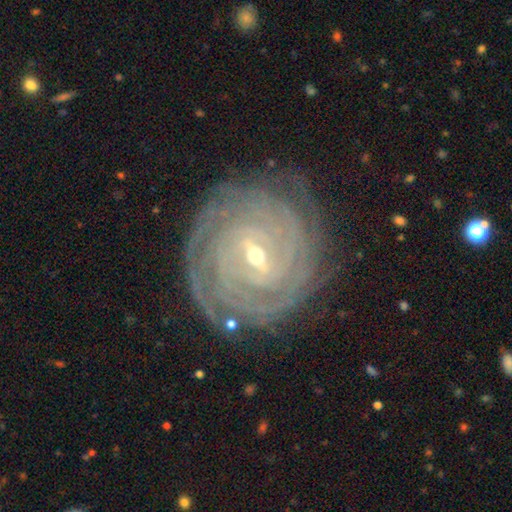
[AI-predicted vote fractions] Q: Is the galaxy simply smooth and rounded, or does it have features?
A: featured or disk — 89%.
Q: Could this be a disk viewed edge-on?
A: no — 97%.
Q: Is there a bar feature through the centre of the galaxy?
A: weak — 47%.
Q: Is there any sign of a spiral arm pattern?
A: yes — 98%.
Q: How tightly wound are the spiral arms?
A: tight — 89%.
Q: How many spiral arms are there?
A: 4 — 25%.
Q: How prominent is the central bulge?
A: small — 62%.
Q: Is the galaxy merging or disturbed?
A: none — 83%.